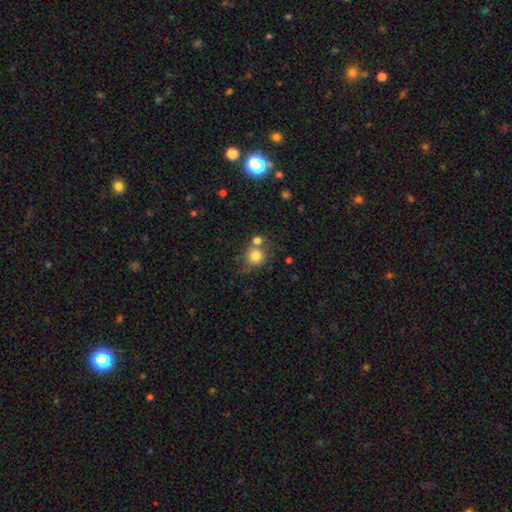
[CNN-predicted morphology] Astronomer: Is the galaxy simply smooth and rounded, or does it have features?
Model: smooth — 77%.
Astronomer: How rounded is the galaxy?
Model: round — 83%.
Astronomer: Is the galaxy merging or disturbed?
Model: none — 46% (runner-up: merger, 35%).